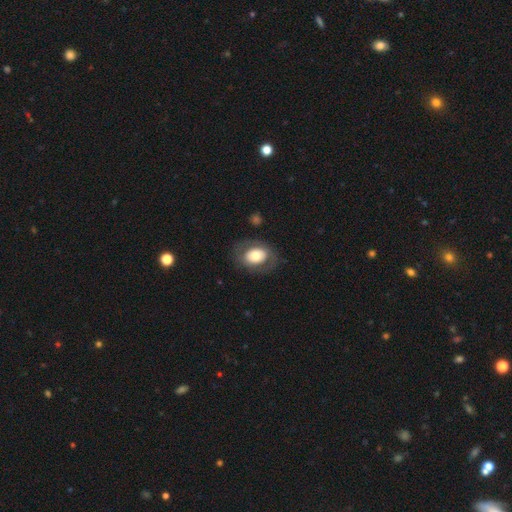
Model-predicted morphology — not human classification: Smooth or featured? Predicted: smooth (p=0.58). How rounded? Predicted: in between (p=0.65). Merging? Predicted: none (p=0.76).